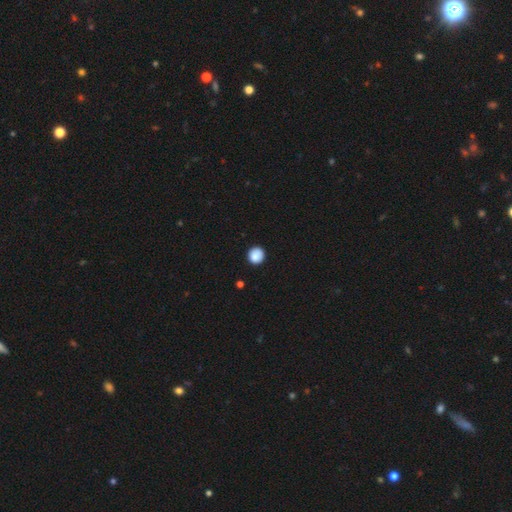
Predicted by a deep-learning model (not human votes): smooth 87%, star or artifact 9%, featured or disk 4%. Down the decision tree: how rounded — round (94%); merging — none (91%).